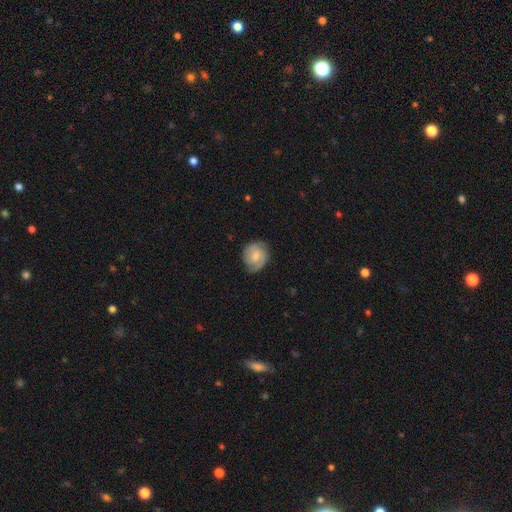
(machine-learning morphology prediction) Smooth or featured?
  - featured or disk: 63% *
  - smooth: 31%
  - star or artifact: 6%
Edge-on disk?
  - no: 97% *
  - yes: 3%
Bar?
  - no: 53% *
  - weak: 41%
  - strong: 6%
Spiral arms?
  - yes: 92% *
  - no: 8%
Spiral winding?
  - tight: 54% *
  - medium: 36%
  - loose: 11%
Spiral arm count?
  - 2: 66% *
  - can't tell: 14%
  - 1: 11%
  - 3: 6%
  - 4: 2%
  - more than 4: 1%
Bulge size?
  - moderate: 46% *
  - small: 42%
  - none: 7%
  - large: 4%
  - dominant: 1%
Merging?
  - none: 75% *
  - minor disturbance: 19%
  - major disturbance: 5%
  - merger: 1%